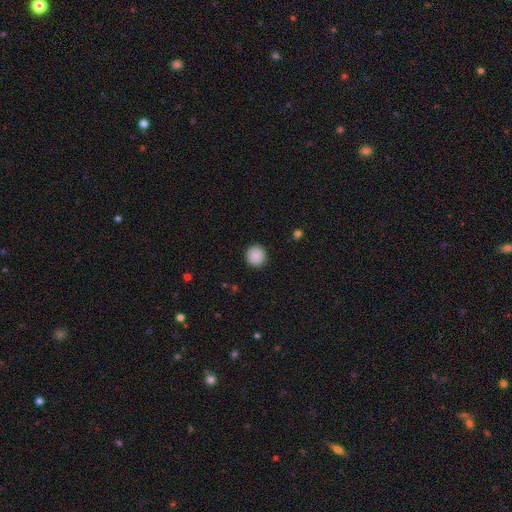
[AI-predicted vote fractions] Q: Smooth or featured?
A: smooth (89%); runner-up: star or artifact (9%)
Q: How rounded?
A: round (94%); runner-up: in between (5%)
Q: Merging?
A: none (92%); runner-up: minor disturbance (5%)